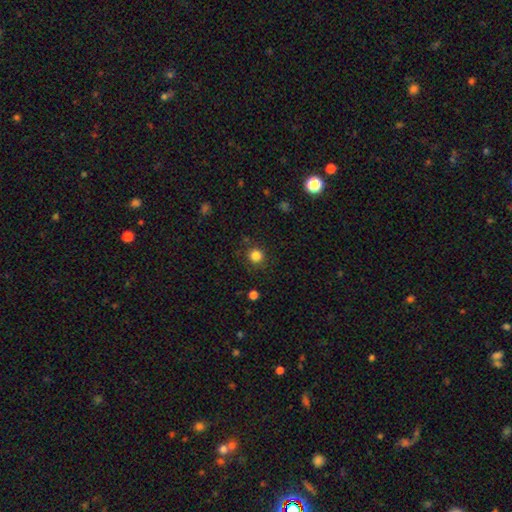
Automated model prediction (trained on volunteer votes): A smooth galaxy with no disk features (83%) that is round (93%). Merging: none (87%).